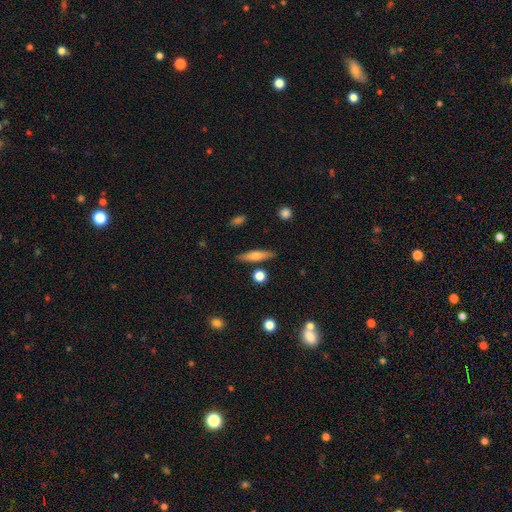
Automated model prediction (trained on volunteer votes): Overall: smooth (62%; featured or disk 31%). How rounded: cigar-shaped (79%). Merging: none (86%).